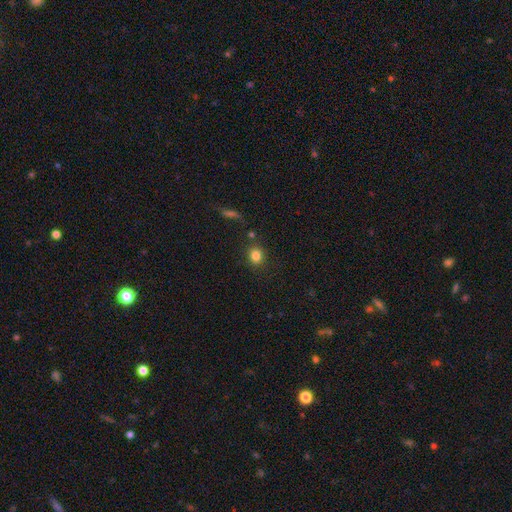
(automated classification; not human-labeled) Morphology: type=smooth (83%); roundness=round (73%); merging=none (81%).